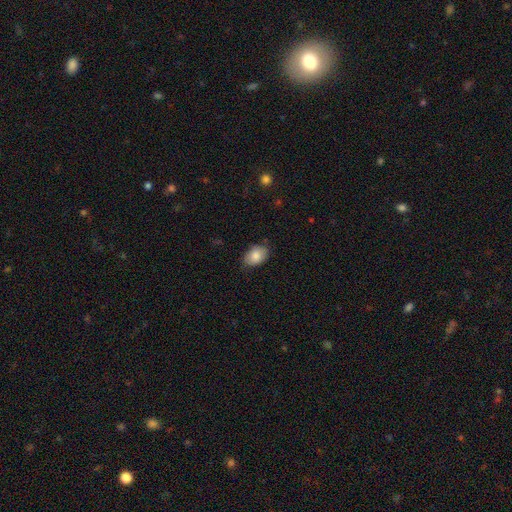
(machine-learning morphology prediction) Overall: smooth (84%). How rounded: in between (82%). Merging: none (79%).